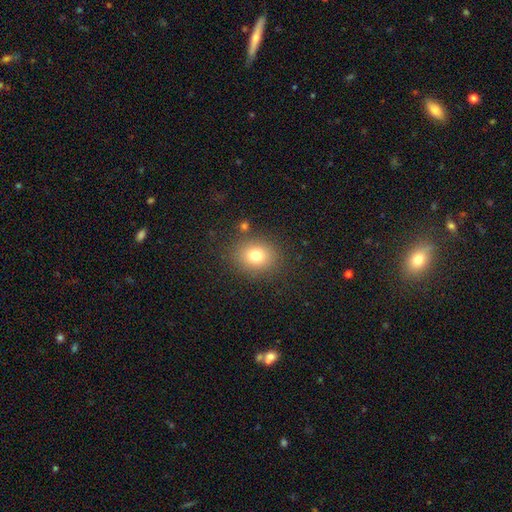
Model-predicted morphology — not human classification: The model was most divided on "how rounded": round: 67%, in between: 32%, cigar-shaped: 1%. More confident: merging — none (83%); smooth or featured — smooth (77%).